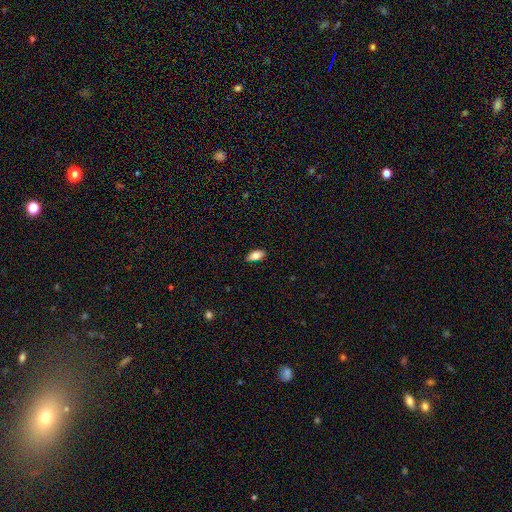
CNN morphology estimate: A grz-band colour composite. It shows a smooth galaxy with no disk features (81%) that is in between round and cigar-shaped (88%). Merging: none (85%).